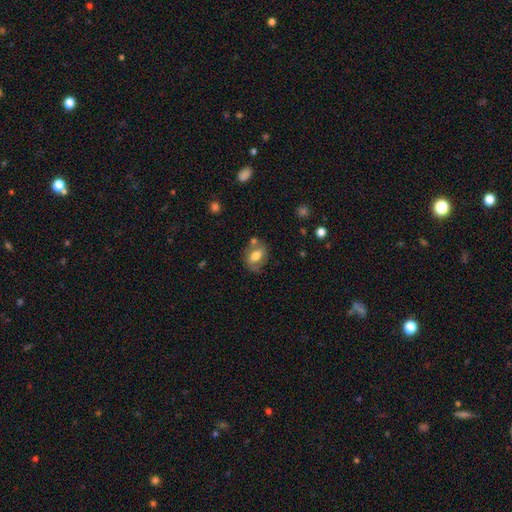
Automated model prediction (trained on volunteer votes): The model was most divided on "smooth or featured": smooth: 59%, featured or disk: 33%, star or artifact: 8%. More confident: how rounded — in between (73%); merging — none (62%).